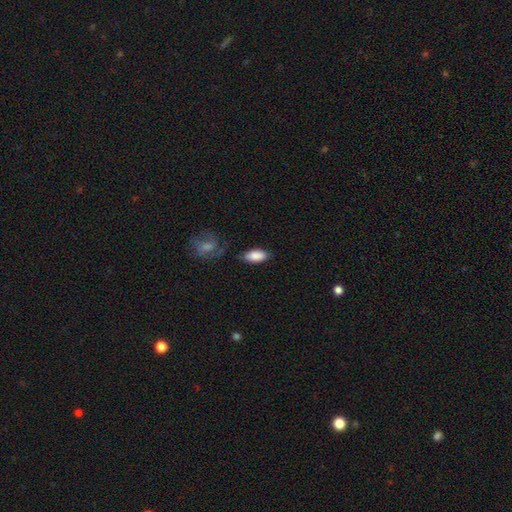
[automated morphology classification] Q: Smooth or featured?
A: smooth (87%); runner-up: featured or disk (7%)
Q: How rounded?
A: in between (90%); runner-up: cigar-shaped (8%)
Q: Merging?
A: none (71%); runner-up: minor disturbance (19%)